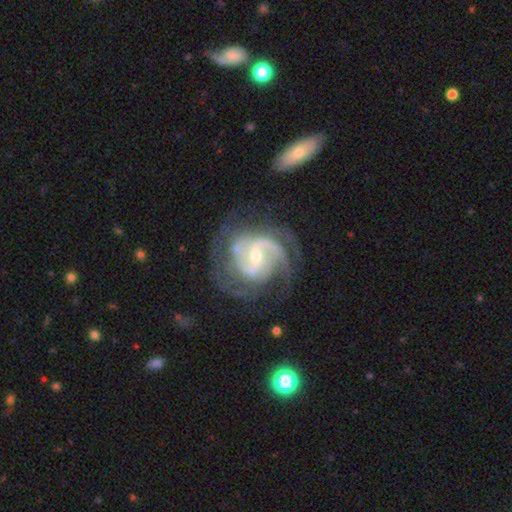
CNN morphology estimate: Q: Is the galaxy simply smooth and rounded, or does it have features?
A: featured or disk — 90%.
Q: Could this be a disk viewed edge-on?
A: no — 98%.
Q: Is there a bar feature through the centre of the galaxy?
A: weak — 52%.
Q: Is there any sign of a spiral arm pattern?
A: yes — 97%.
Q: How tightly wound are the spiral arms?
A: medium — 45%.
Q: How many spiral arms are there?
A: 2 — 37%.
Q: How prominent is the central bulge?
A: small — 55%.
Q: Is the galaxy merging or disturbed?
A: none — 63%.